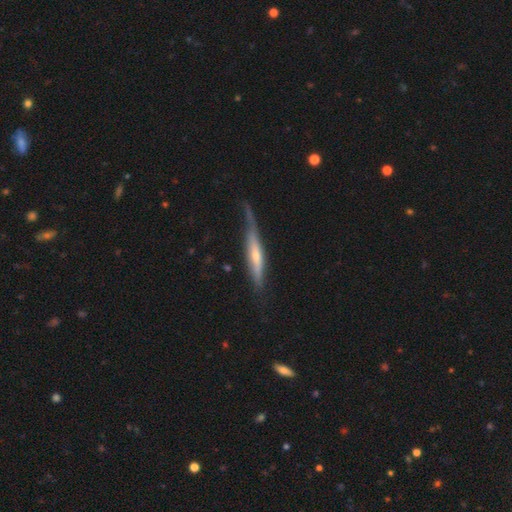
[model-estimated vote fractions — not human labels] Smooth or featured? Predicted: featured or disk (p=0.59). Edge-on disk? Predicted: yes (p=0.91). Edge-on bulge? Predicted: rounded (p=0.59). Merging? Predicted: none (p=0.54).